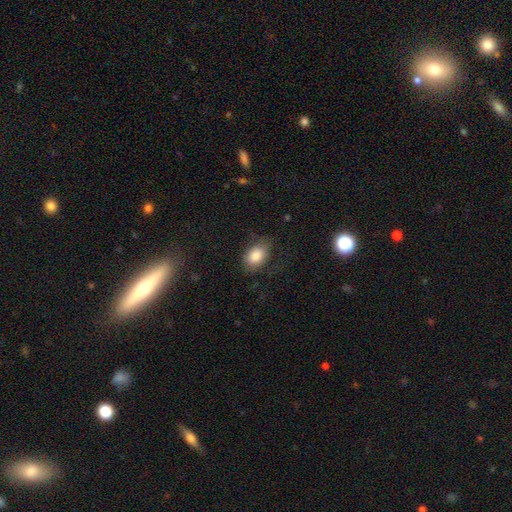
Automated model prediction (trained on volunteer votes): A smooth galaxy with no disk features (84%) that is in between round and cigar-shaped (83%).

Vote fractions:
- Smooth or featured? smooth: 84% / featured or disk: 8% / star or artifact: 8%
- How rounded? in between: 83% / round: 16% / cigar-shaped: 1%
- Merging? none: 67% / minor disturbance: 22% / major disturbance: 10% / merger: 1%